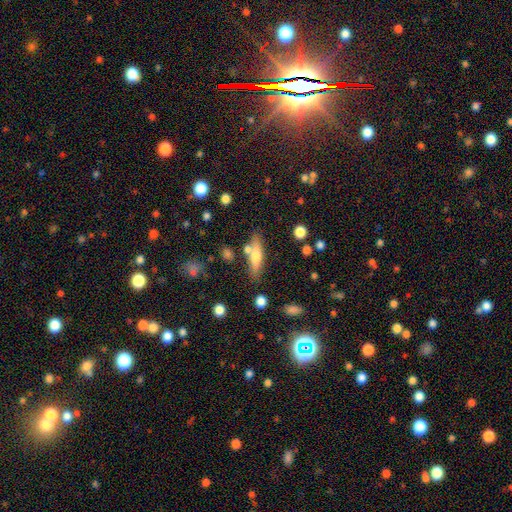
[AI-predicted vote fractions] The model was most divided on "smooth or featured": smooth: 60%, featured or disk: 32%, star or artifact: 7%. More confident: merging — none (70%); how rounded — cigar-shaped (66%).